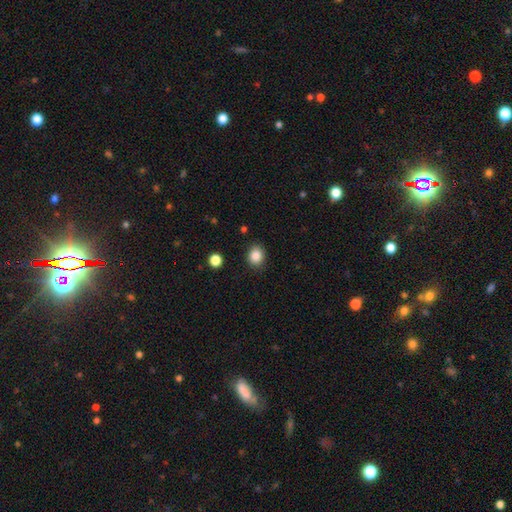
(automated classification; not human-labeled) smooth_or_featured: smooth (p=0.86) [alt: star or artifact p=0.10]
how_rounded: round (p=0.60) [alt: in between p=0.40]
merging: none (p=0.86) [alt: minor disturbance p=0.10]